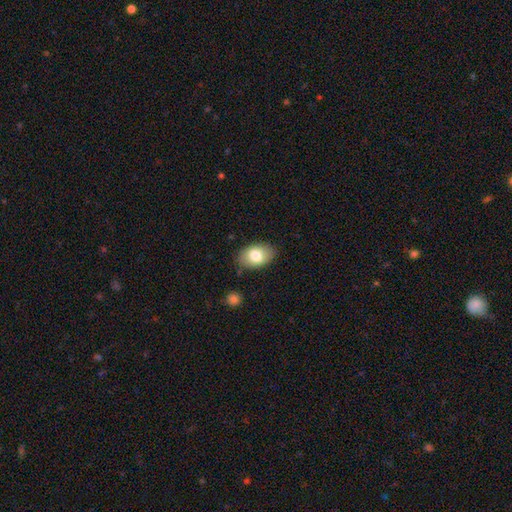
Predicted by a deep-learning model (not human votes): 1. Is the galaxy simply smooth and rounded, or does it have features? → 78% smooth, 14% featured or disk, 7% star or artifact.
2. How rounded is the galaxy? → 88% in between, 11% round, 1% cigar-shaped.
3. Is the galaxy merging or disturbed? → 81% none, 14% minor disturbance, 3% major disturbance, 2% merger.